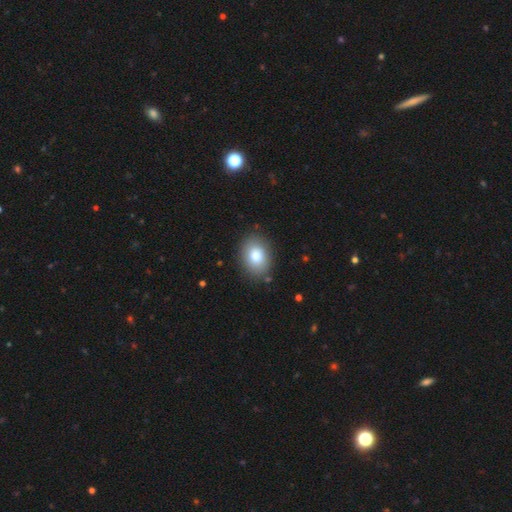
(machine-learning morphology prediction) Smooth or featured? Predicted: smooth (p=0.83). How rounded? Predicted: in between (p=0.72). Merging? Predicted: none (p=0.86).